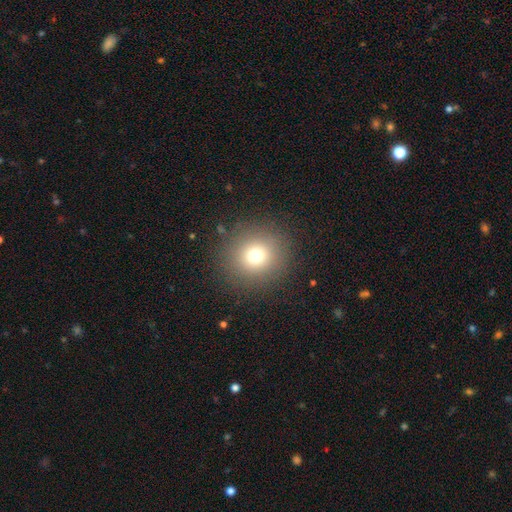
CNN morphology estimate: smooth 73%, star or artifact 16%, featured or disk 10%. Down the decision tree: how rounded — round (94%); merging — none (89%).